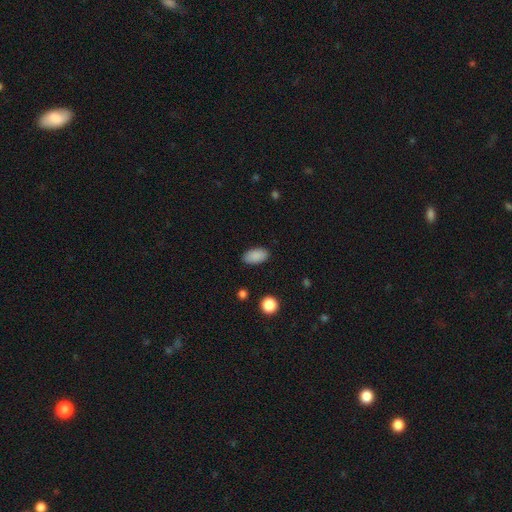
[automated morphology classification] Smooth or featured? smooth (89%)
How rounded? in between (94%)
Merging? none (88%)